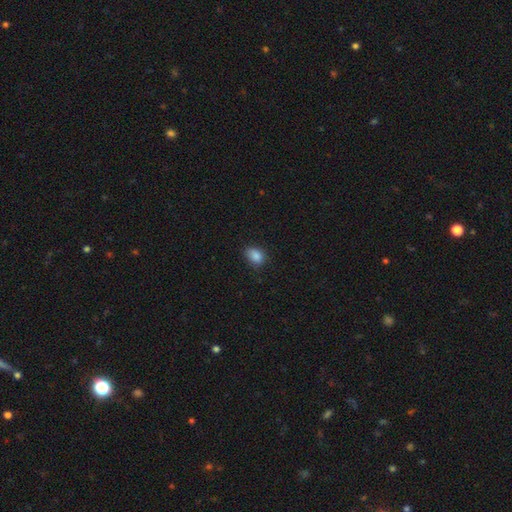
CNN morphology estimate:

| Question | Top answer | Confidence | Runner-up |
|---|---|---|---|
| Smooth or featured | smooth | 86% | star or artifact (10%) |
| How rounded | in between | 78% | round (21%) |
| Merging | none | 78% | minor disturbance (18%) |